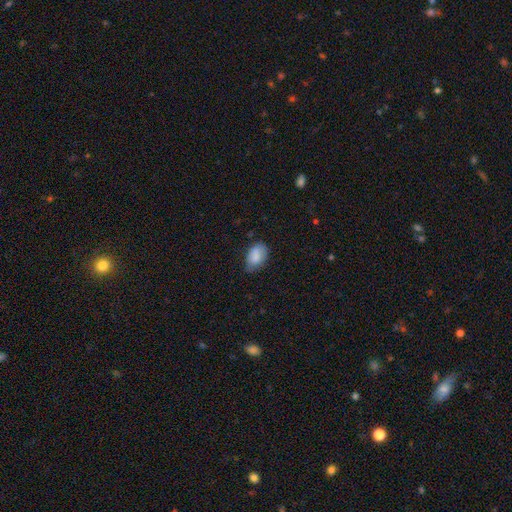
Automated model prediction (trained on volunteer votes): Q: Smooth or featured?
A: smooth (82%); runner-up: featured or disk (10%)
Q: How rounded?
A: in between (91%); runner-up: round (8%)
Q: Merging?
A: none (59%); runner-up: minor disturbance (33%)